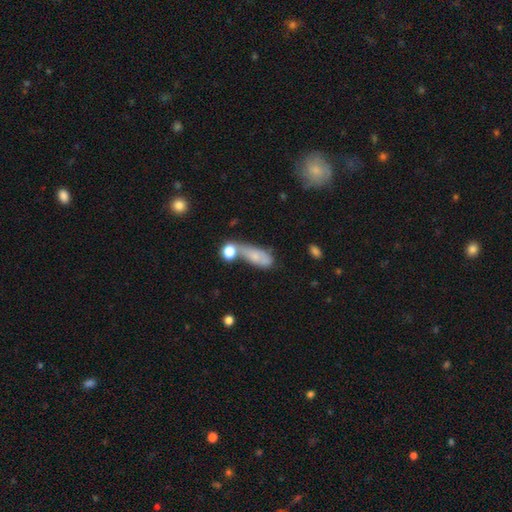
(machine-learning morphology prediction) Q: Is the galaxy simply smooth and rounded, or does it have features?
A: smooth — 68%.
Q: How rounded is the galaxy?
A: in between — 68%.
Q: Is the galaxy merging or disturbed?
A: none — 33%.